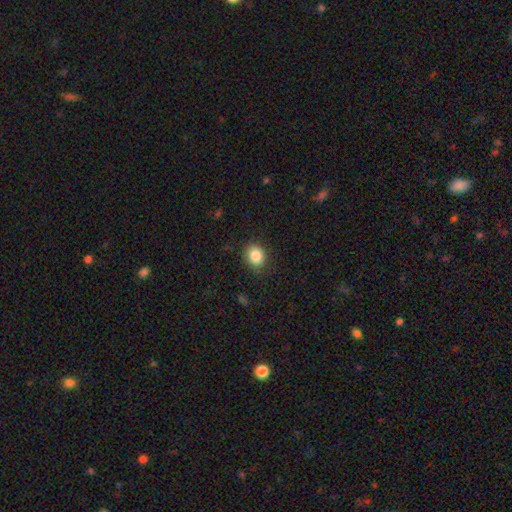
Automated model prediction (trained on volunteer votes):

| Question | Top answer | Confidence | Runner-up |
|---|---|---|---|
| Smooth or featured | smooth | 86% | star or artifact (9%) |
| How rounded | round | 62% | in between (37%) |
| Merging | none | 84% | minor disturbance (12%) |